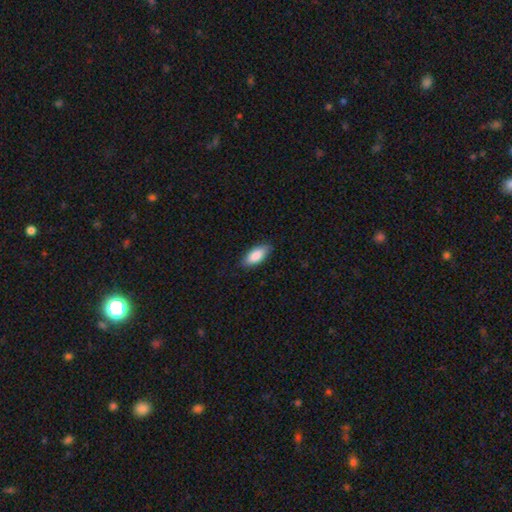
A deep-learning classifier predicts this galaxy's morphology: This is clearly a smooth galaxy (86%). How rounded: clearly in between (86%). Merging: clearly none (85%).